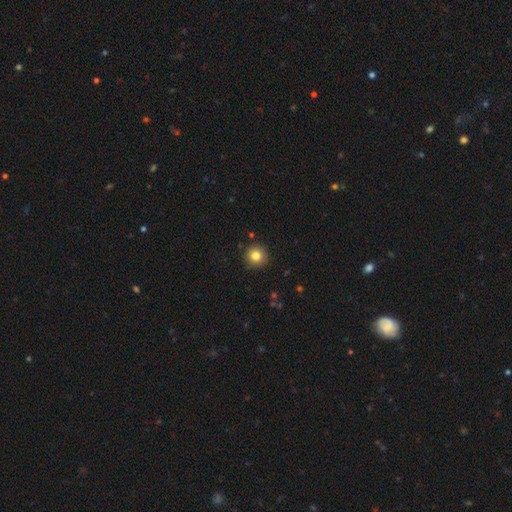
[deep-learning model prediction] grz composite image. It shows a smooth galaxy with no disk features (82%) that is round (95%). Merging: none (91%).